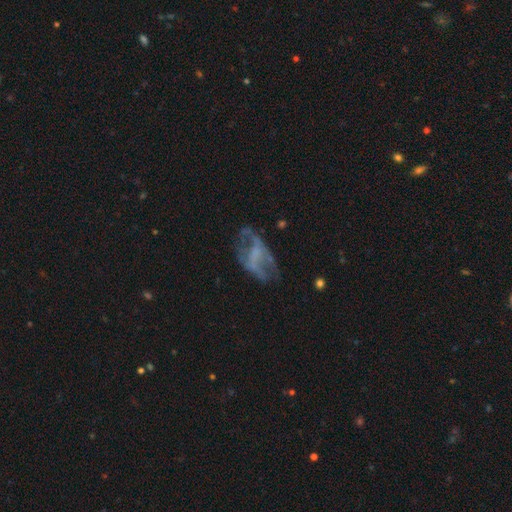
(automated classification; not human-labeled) This appears to be a featured or disk galaxy (67%) with no bar (54%), no spiral arms (50%, tied with yes) and no central bulge (59%). Merging: none (48%).